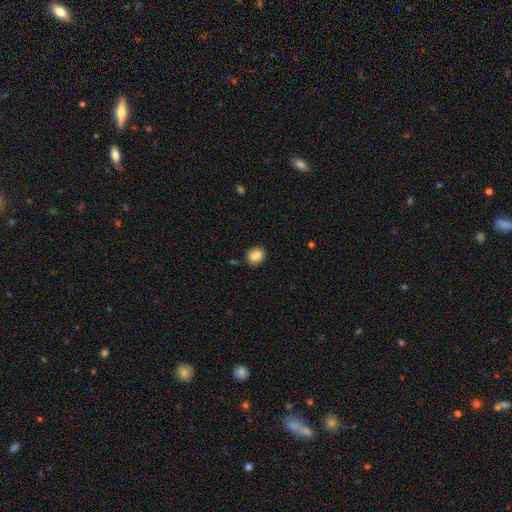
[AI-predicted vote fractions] The model was most divided on "how rounded": round: 59%, in between: 40%, cigar-shaped: 1%. More confident: smooth or featured — smooth (87%); merging — none (86%).